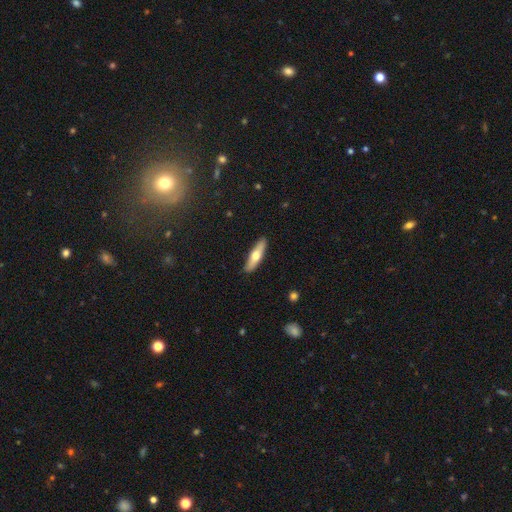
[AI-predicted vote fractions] A smooth galaxy with no disk features (56%) that is cigar-shaped (71%). Merging: none (89%).